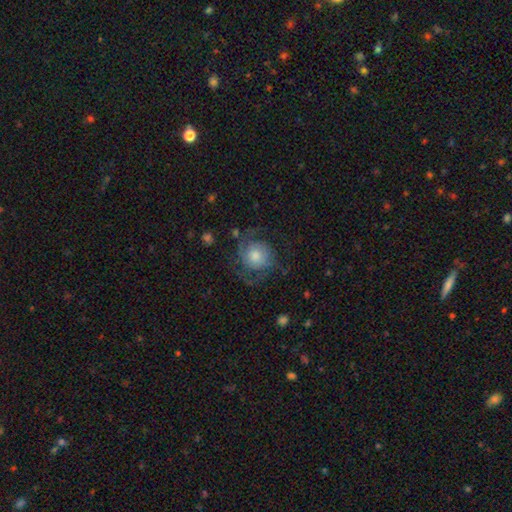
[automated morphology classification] The model was most divided on "spiral winding": medium: 42%, tight: 35%, loose: 24%. More confident: edge-on disk — no (98%); spiral arms — yes (91%); bar — no (78%); smooth or featured — featured or disk (67%); merging — none (65%); spiral arm count — 2 (62%); bulge size — moderate (52%).